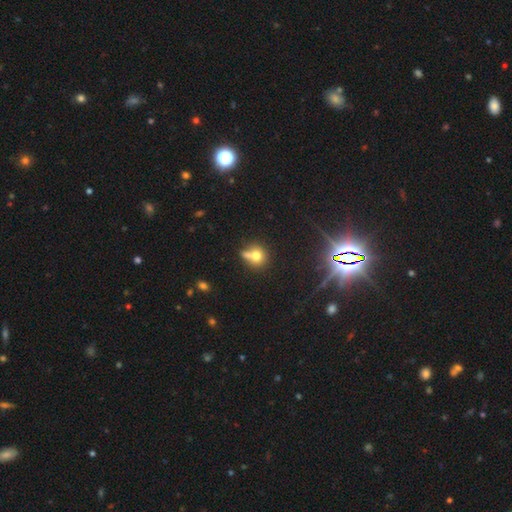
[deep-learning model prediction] A smooth galaxy with no disk features (71%) that is round (80%).

Vote fractions:
- Smooth or featured? smooth: 71% / featured or disk: 16% / star or artifact: 13%
- How rounded? round: 80% / in between: 19% / cigar-shaped: 1%
- Merging? merger: 42% / none: 41% / minor disturbance: 11% / major disturbance: 6%